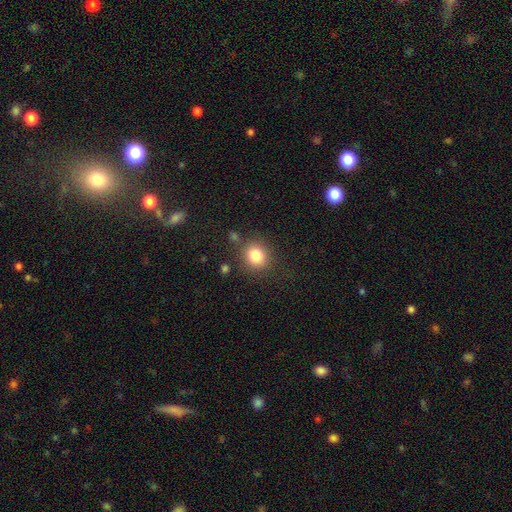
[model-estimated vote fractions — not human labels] Smooth or featured? smooth (83%)
How rounded? round (81%)
Merging? none (82%)